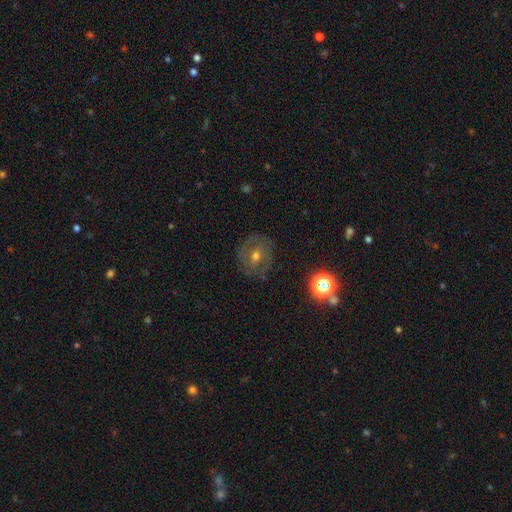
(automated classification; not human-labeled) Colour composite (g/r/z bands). It shows a featured or disk galaxy (57%) with no bar (54%), spiral arms (70%) and a moderate central bulge (66%). Merging: none (79%).